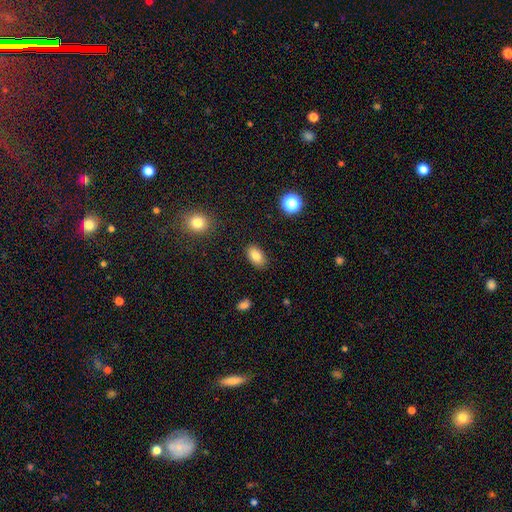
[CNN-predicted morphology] smooth 82%, featured or disk 9%, star or artifact 9%. Down the decision tree: how rounded — in between (91%); merging — none (87%).